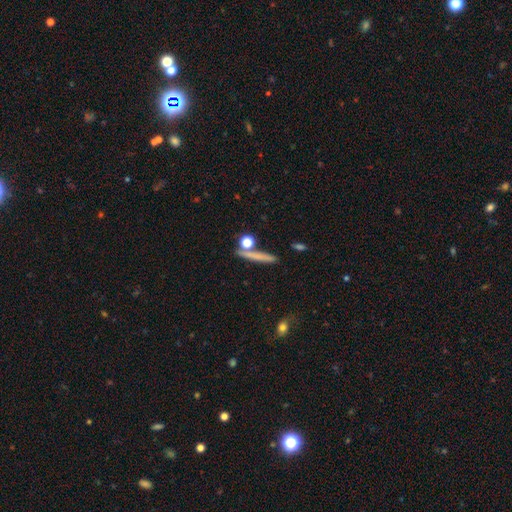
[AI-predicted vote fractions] A smooth galaxy with no disk features (63%) that is cigar-shaped (76%). Merging: none (77%).